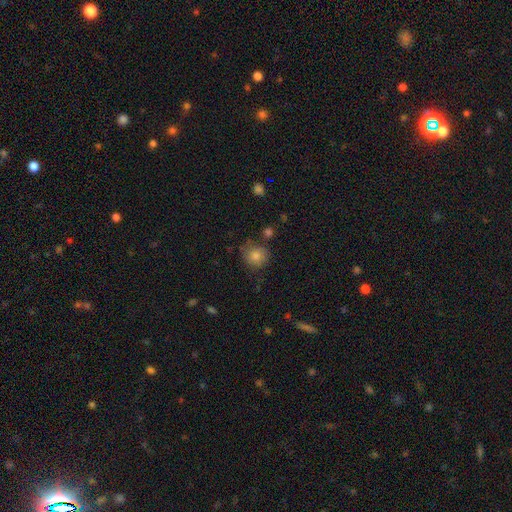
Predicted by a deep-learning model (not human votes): Smooth or featured?
  - smooth: 80% *
  - star or artifact: 11%
  - featured or disk: 9%
How rounded?
  - round: 89% *
  - in between: 10%
  - cigar-shaped: 1%
Merging?
  - none: 78% *
  - minor disturbance: 15%
  - merger: 4%
  - major disturbance: 4%